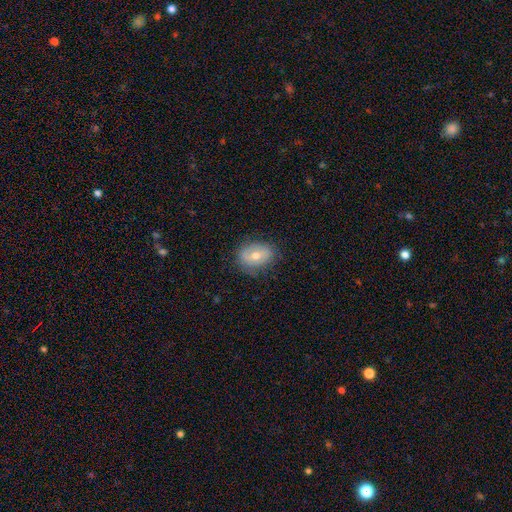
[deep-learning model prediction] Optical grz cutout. It shows a smooth galaxy with no disk features (52%) that is in between round and cigar-shaped (61%). Merging: none (78%).